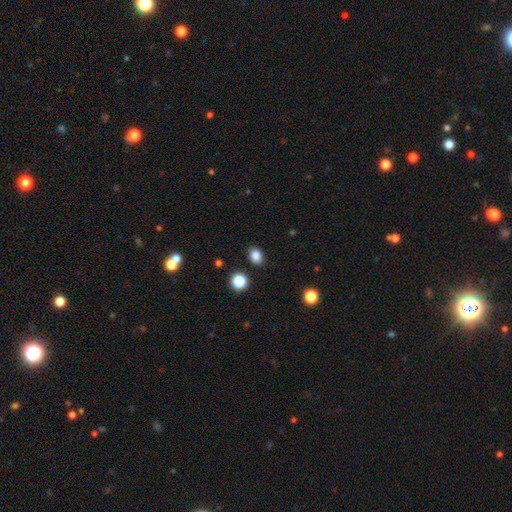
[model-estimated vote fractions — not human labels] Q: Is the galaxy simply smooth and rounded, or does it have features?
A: smooth — 84%.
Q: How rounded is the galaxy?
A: in between — 61%.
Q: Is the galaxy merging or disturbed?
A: none — 87%.